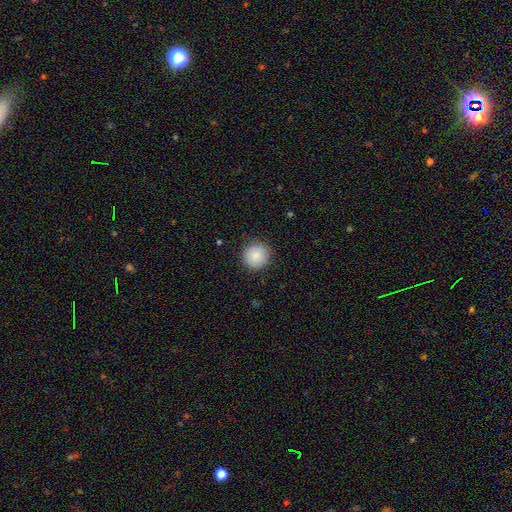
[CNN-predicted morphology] smooth-or-featured: smooth: 87% | star or artifact: 8% | featured or disk: 5%
  how-rounded: round: 94% | in between: 5% | cigar-shaped: 1%
  merging: none: 89% | minor disturbance: 8% | major disturbance: 2% | merger: 1%